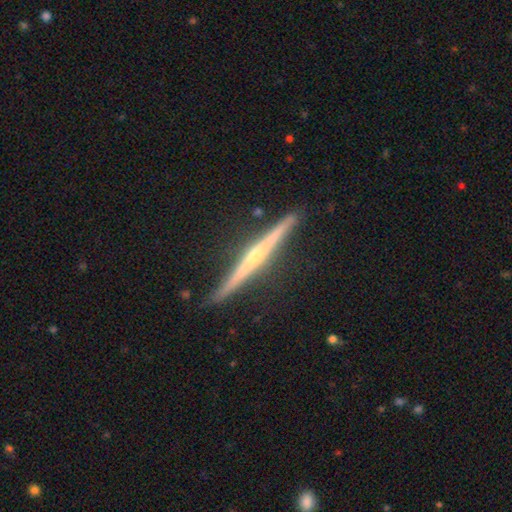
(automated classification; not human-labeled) featured or disk 83%, smooth 12%, star or artifact 5%. Down the decision tree: edge-on disk — yes (98%); edge-on bulge — rounded (74%); merging — none (89%).